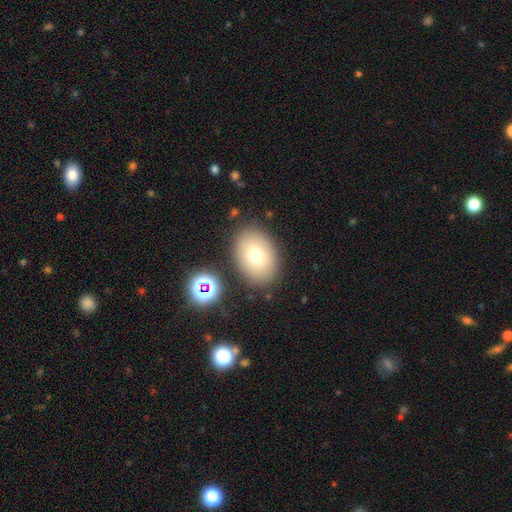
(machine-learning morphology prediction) The model was most divided on "how rounded": in between: 75%, round: 24%, cigar-shaped: 1%. More confident: merging — none (81%); smooth or featured — smooth (71%).